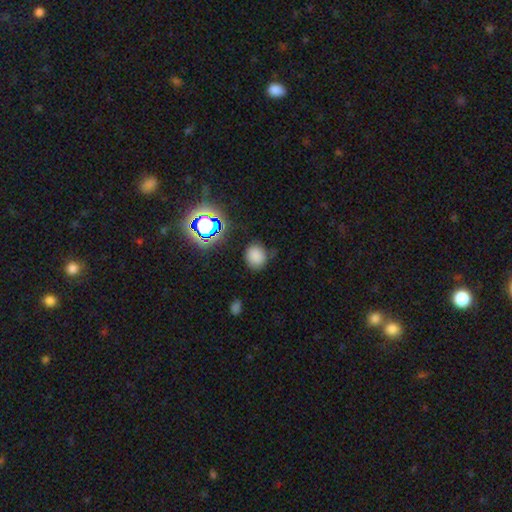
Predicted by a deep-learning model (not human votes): Q: Smooth or featured?
A: smooth (76%); runner-up: star or artifact (17%)
Q: How rounded?
A: round (74%); runner-up: in between (25%)
Q: Merging?
A: none (76%); runner-up: minor disturbance (17%)